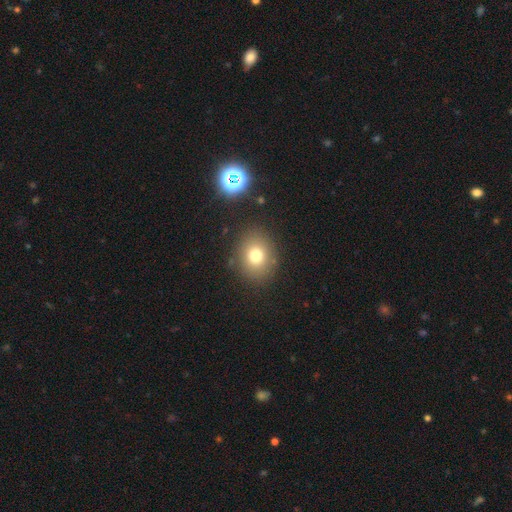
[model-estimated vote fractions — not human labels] smooth_or_featured: smooth (p=0.75) [alt: star or artifact p=0.14]
how_rounded: round (p=0.62) [alt: in between p=0.37]
merging: none (p=0.84) [alt: minor disturbance p=0.09]